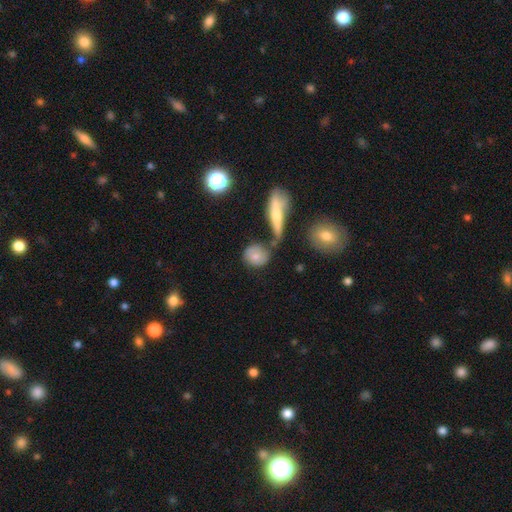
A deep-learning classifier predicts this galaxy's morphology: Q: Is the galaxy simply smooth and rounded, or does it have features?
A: smooth — 69%.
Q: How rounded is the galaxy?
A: round — 68%.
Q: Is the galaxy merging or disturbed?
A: none — 60%.